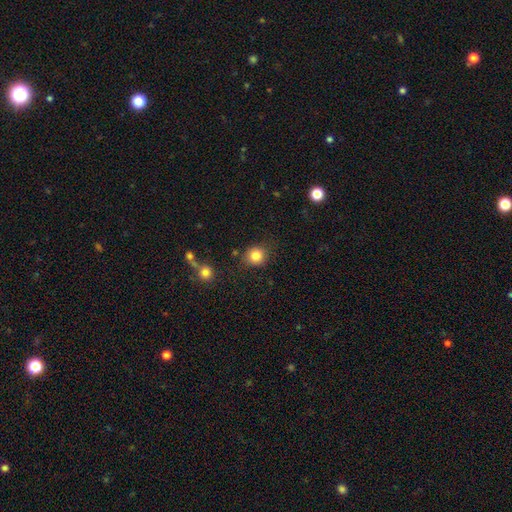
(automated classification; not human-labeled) The model was most divided on "merging": none: 81%, minor disturbance: 12%, merger: 4%, major disturbance: 4%. More confident: how rounded — round (87%); smooth or featured — smooth (84%).